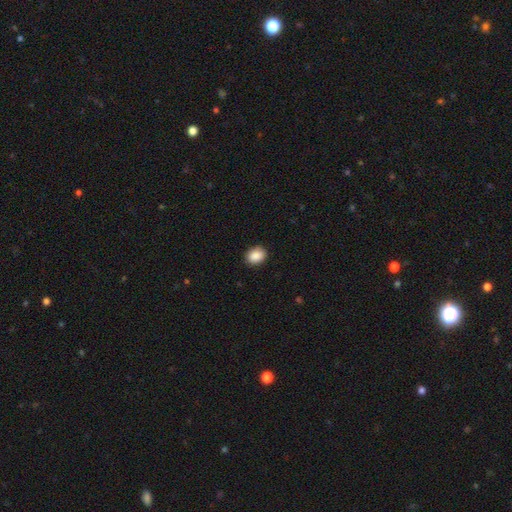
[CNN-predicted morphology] The model was most divided on "how rounded": in between: 60%, round: 39%, cigar-shaped: 1%. More confident: smooth or featured — smooth (89%); merging — none (88%).